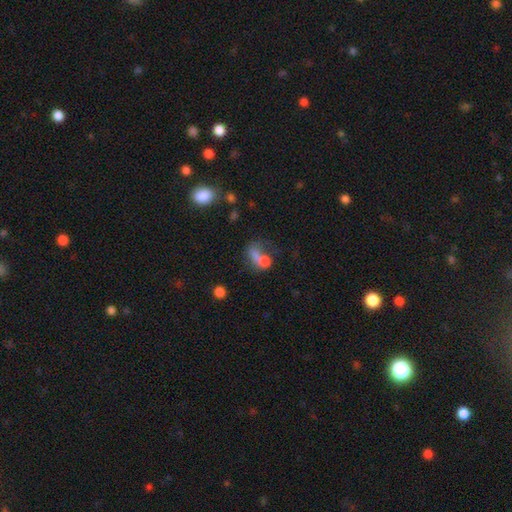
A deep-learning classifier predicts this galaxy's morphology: smooth 62%, featured or disk 24%, star or artifact 15%. Down the decision tree: how rounded — in between (62%); merging — merger (42%).